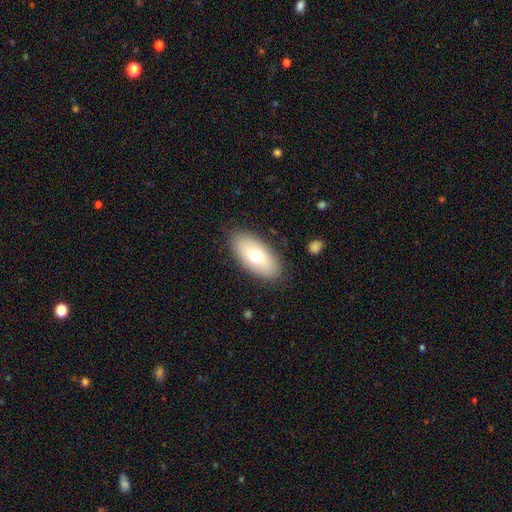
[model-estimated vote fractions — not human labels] Smooth or featured?
  - smooth: 69% *
  - featured or disk: 24%
  - star or artifact: 6%
How rounded?
  - in between: 92% *
  - cigar-shaped: 5%
  - round: 3%
Merging?
  - none: 86% *
  - minor disturbance: 10%
  - major disturbance: 3%
  - merger: 1%